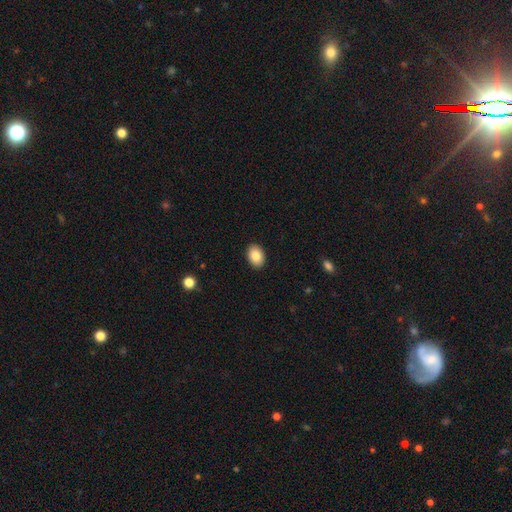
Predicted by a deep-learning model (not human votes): This is clearly a smooth galaxy (85%). How rounded: clearly in between (82%). Merging: clearly none (91%).